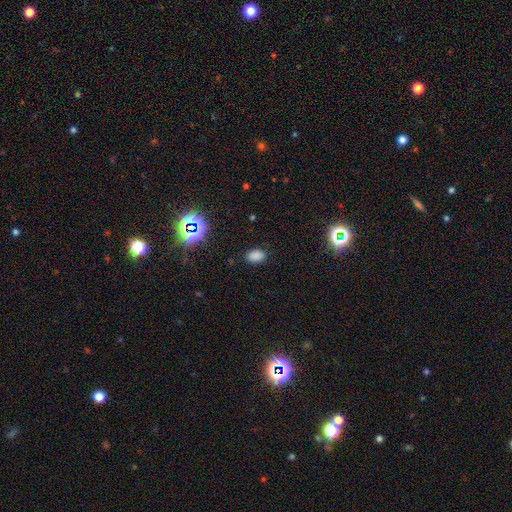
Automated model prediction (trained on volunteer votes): Smooth or featured: smooth — 78% (star or artifact — 18%)
How rounded: in between — 87% (round — 12%)
Merging: none — 85% (minor disturbance — 10%)